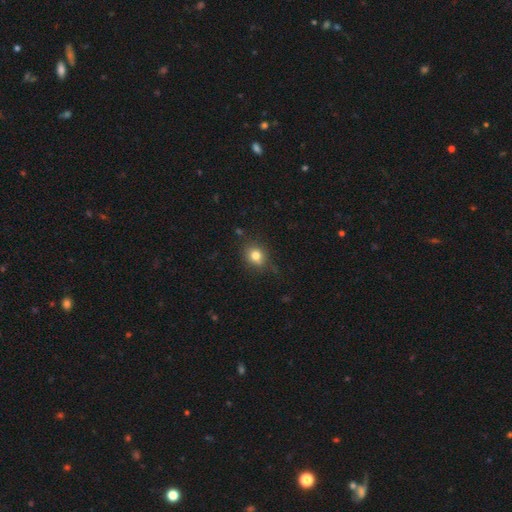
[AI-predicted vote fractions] Smooth or featured? smooth (79%)
How rounded? round (69%)
Merging? none (77%)